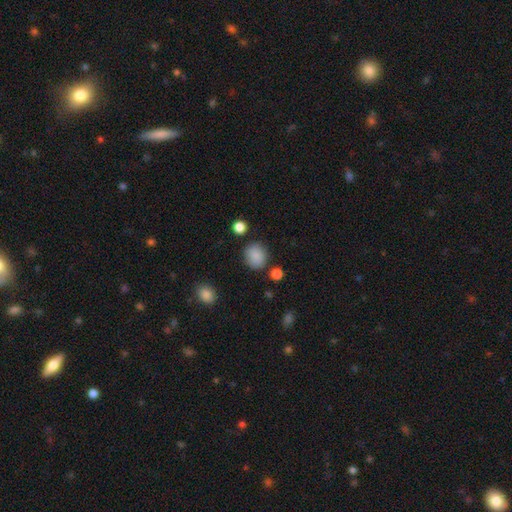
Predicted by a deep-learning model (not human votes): This appears to be a smooth galaxy with no disk features (86%) that is round (72%). Merging: none (80%).